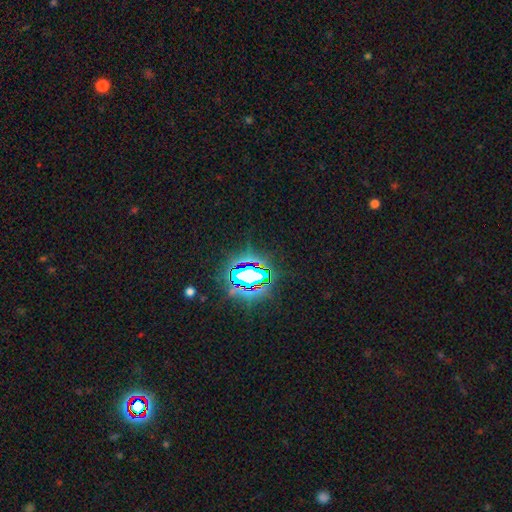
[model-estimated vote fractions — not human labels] smooth_or_featured: star or artifact (p=0.84) [alt: smooth p=0.10]